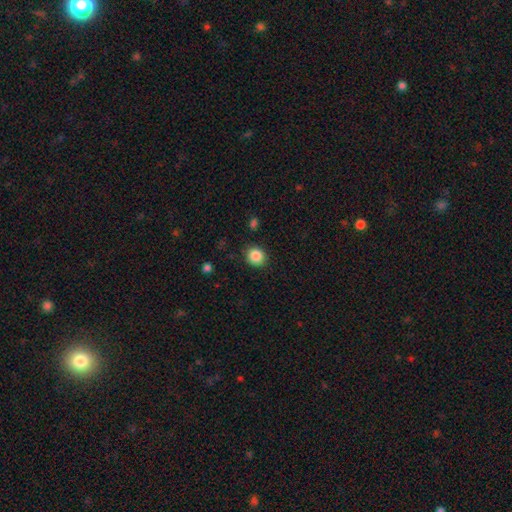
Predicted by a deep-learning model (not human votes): Q: Smooth or featured?
A: smooth (87%); runner-up: star or artifact (9%)
Q: How rounded?
A: round (80%); runner-up: in between (20%)
Q: Merging?
A: none (87%); runner-up: minor disturbance (9%)